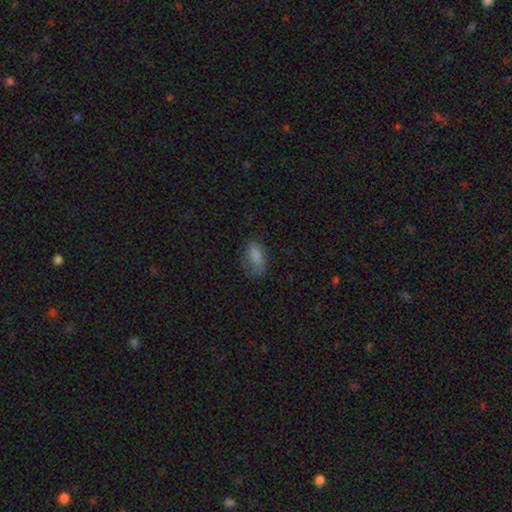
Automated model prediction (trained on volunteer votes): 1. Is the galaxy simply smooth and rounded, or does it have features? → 72% smooth, 16% featured or disk, 12% star or artifact.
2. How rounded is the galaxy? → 84% in between, 9% cigar-shaped, 6% round.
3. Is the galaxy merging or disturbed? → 61% none, 26% minor disturbance, 11% major disturbance, 2% merger.